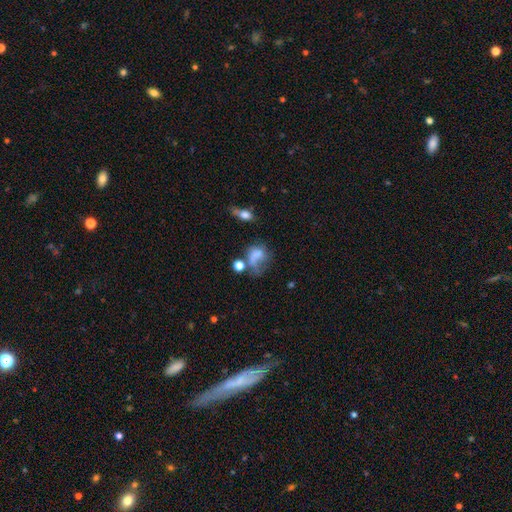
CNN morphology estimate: A smooth galaxy with no disk features (58%) that is in between round and cigar-shaped (55%).

Vote fractions:
- Smooth or featured? smooth: 58% / featured or disk: 28% / star or artifact: 14%
- How rounded? in between: 55% / round: 43% / cigar-shaped: 2%
- Merging? major disturbance: 41% / none: 24% / minor disturbance: 19% / merger: 16%